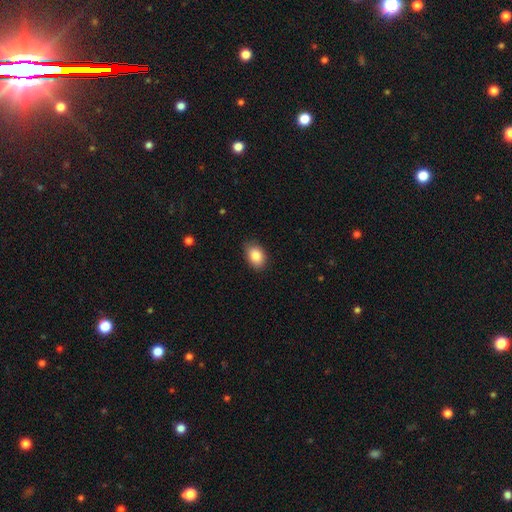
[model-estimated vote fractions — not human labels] This appears to be a smooth galaxy with no disk features (85%) that is in between round and cigar-shaped (83%). Merging: none (82%).